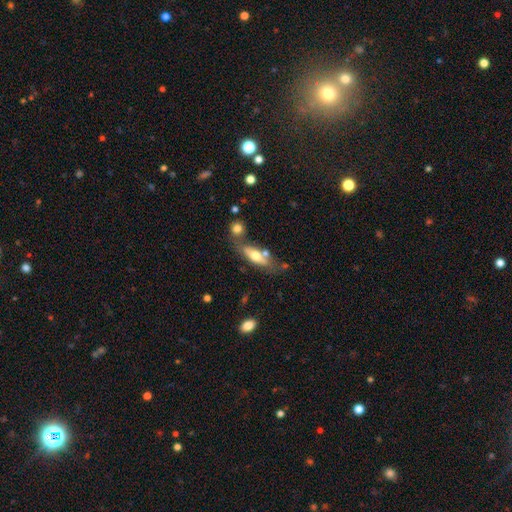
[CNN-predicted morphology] A smooth galaxy with no disk features (55%) that is in between round and cigar-shaped (57%). Merging: none (52%).